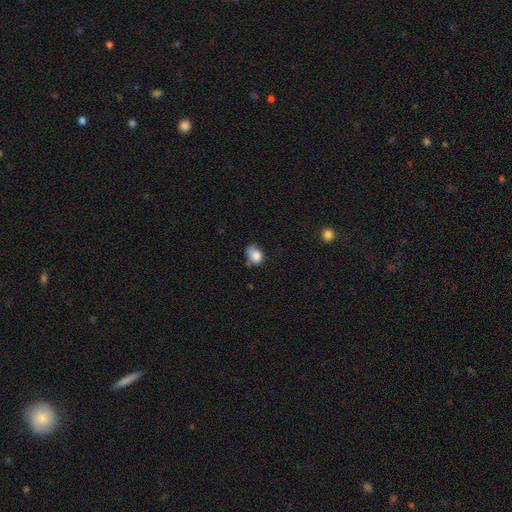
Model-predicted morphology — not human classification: Q: Smooth or featured?
A: smooth (80%); runner-up: featured or disk (11%)
Q: How rounded?
A: in between (70%); runner-up: round (29%)
Q: Merging?
A: minor disturbance (42%); runner-up: none (35%)